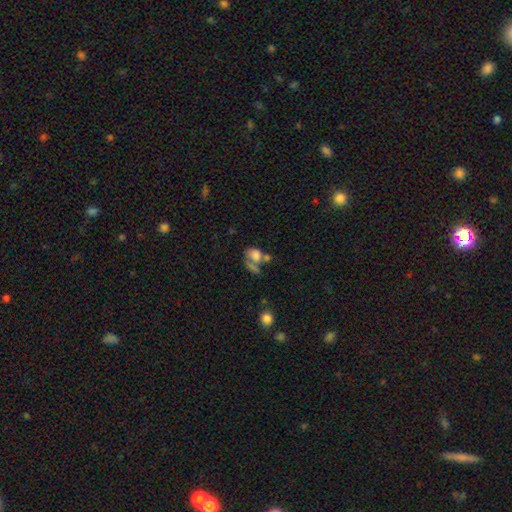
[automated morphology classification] Q: Smooth or featured?
A: smooth (65%); runner-up: featured or disk (23%)
Q: How rounded?
A: in between (67%); runner-up: round (31%)
Q: Merging?
A: merger (47%); runner-up: none (22%)